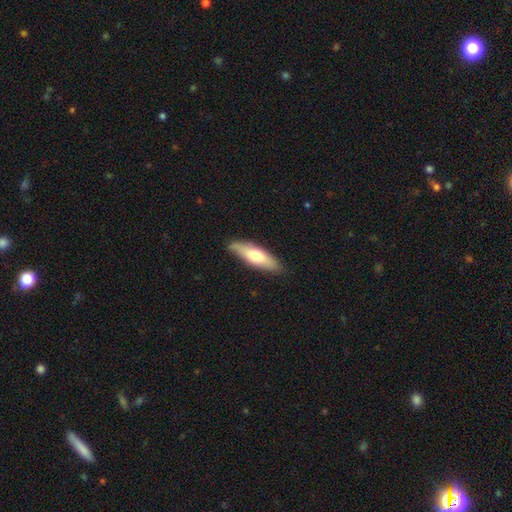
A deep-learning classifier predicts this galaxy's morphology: This appears to be a smooth galaxy with no disk features (61%) that is cigar-shaped (58%). Merging: none (84%).